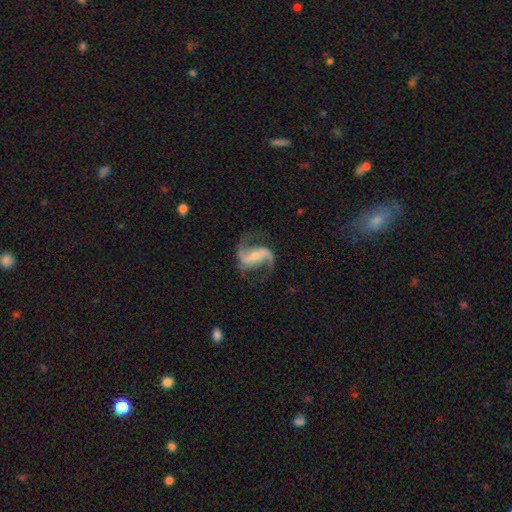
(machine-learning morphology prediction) Smooth or featured: featured or disk — 92% (star or artifact — 5%)
Edge-on disk: no — 98% (yes — 2%)
Bar: weak — 40% (strong — 36%)
Spiral arms: yes — 98% (no — 2%)
Spiral winding: loose — 52% (medium — 42%)
Spiral arm count: 2 — 93% (3 — 2%)
Bulge size: small — 54% (moderate — 37%)
Merging: none — 77% (minor disturbance — 13%)